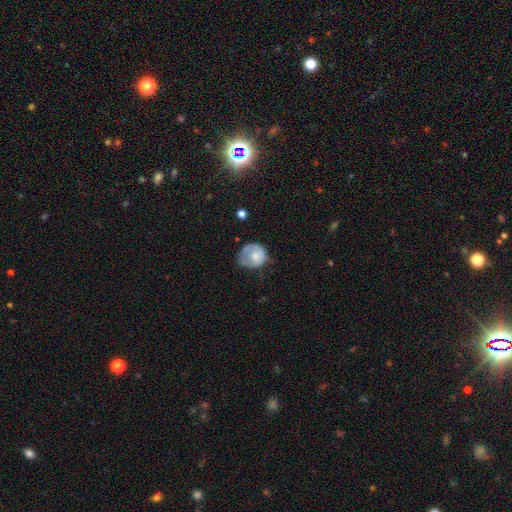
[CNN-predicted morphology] Smooth or featured? Predicted: smooth (p=0.61). How rounded? Predicted: round (p=0.68). Merging? Predicted: none (p=0.38).